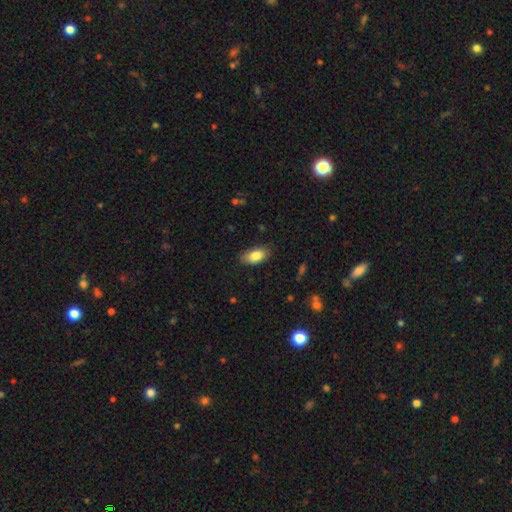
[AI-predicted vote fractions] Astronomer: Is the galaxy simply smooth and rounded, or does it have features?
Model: smooth — 84%.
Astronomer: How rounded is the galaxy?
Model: in between — 92%.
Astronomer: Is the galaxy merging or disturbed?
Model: none — 82%.